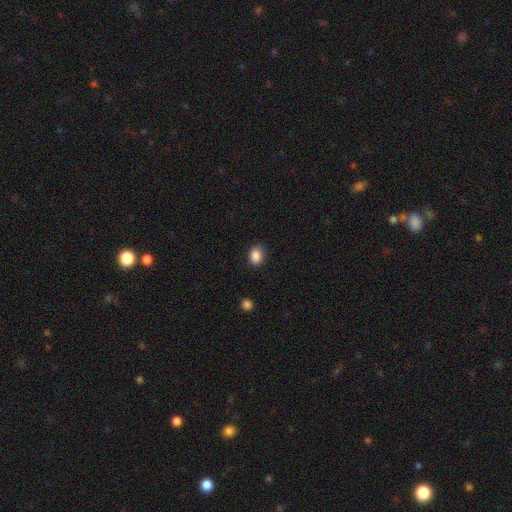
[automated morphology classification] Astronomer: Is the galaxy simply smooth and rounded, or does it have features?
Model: smooth — 87%.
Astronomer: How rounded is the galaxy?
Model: in between — 67%.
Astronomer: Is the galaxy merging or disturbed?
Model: none — 83%.